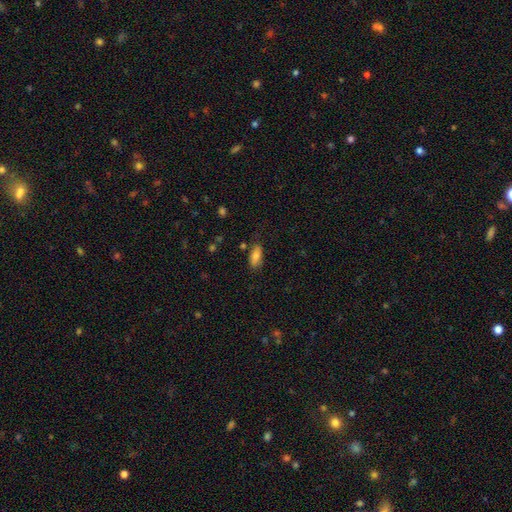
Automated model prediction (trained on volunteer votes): Smooth or featured? smooth (80%)
How rounded? in between (80%)
Merging? none (74%)